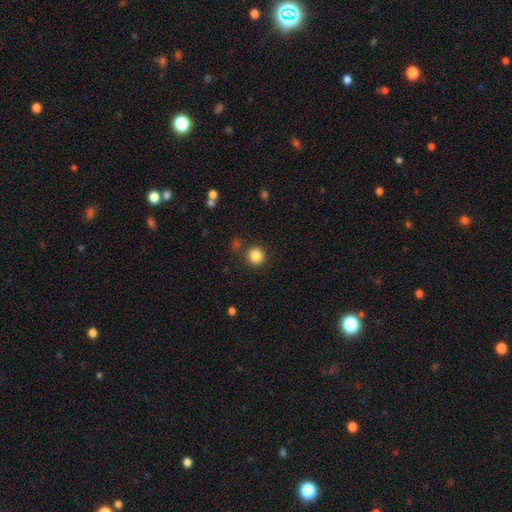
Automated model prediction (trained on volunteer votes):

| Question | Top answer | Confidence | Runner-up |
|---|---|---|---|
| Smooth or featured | smooth | 85% | star or artifact (10%) |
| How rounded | round | 93% | in between (7%) |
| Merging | none | 85% | minor disturbance (8%) |